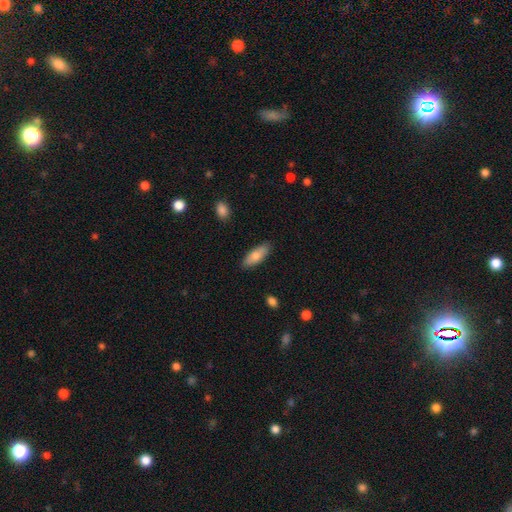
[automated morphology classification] The model was most divided on "how rounded": in between: 73%, cigar-shaped: 25%, round: 2%. More confident: merging — none (86%); smooth or featured — smooth (77%).